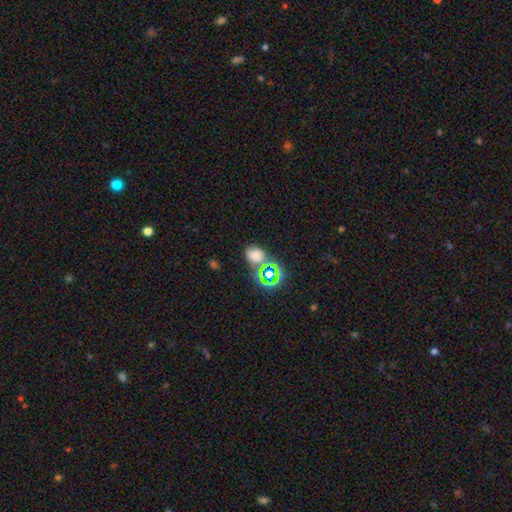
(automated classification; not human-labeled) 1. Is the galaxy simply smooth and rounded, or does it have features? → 61% smooth, 30% star or artifact, 9% featured or disk.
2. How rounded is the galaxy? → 61% in between, 38% round, 1% cigar-shaped.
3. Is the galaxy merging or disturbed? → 48% none, 27% merger, 16% minor disturbance, 9% major disturbance.